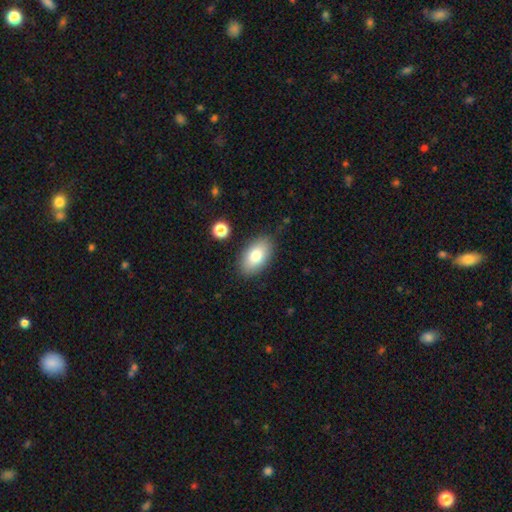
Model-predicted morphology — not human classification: Overall: smooth (80%). How rounded: in between (93%). Merging: none (85%).